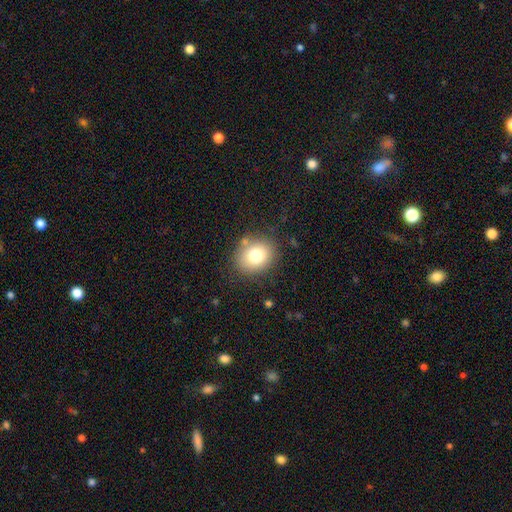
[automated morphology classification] Smooth or featured?
  - smooth: 77% *
  - featured or disk: 12%
  - star or artifact: 11%
How rounded?
  - round: 62% *
  - in between: 37%
  - cigar-shaped: 1%
Merging?
  - none: 81% *
  - minor disturbance: 12%
  - major disturbance: 4%
  - merger: 3%